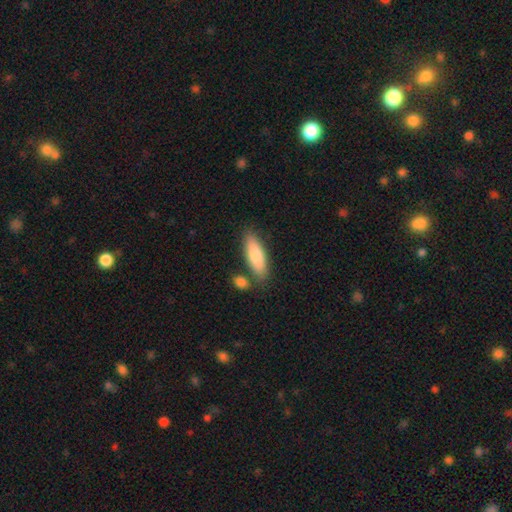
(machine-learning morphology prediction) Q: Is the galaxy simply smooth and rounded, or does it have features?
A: smooth — 80%.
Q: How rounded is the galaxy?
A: in between — 57%.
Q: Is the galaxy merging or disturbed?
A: none — 73%.